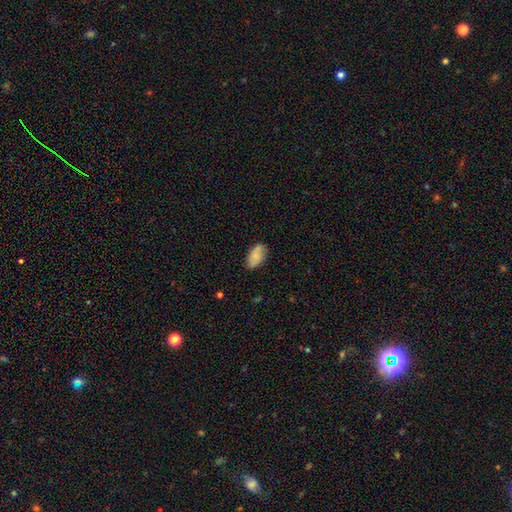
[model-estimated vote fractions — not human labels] A smooth galaxy with no disk features (79%) that is in between round and cigar-shaped (93%).

Vote fractions:
- Smooth or featured? smooth: 79% / featured or disk: 14% / star or artifact: 7%
- How rounded? in between: 93% / round: 4% / cigar-shaped: 3%
- Merging? none: 78% / minor disturbance: 17% / major disturbance: 3% / merger: 1%